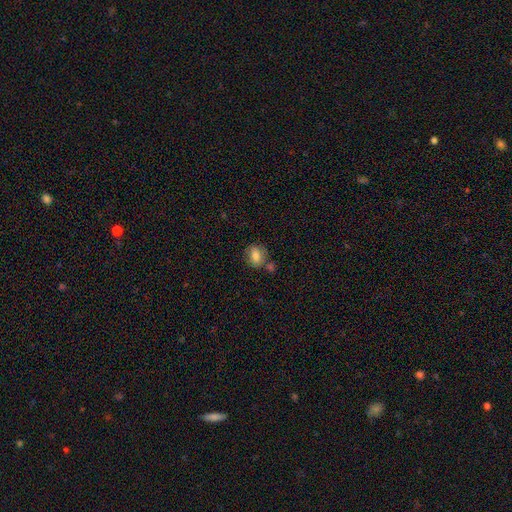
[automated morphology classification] smooth-or-featured: smooth: 79% | featured or disk: 12% | star or artifact: 9%
  how-rounded: in between: 54% | round: 44% | cigar-shaped: 2%
  merging: none: 64% | minor disturbance: 16% | merger: 16% | major disturbance: 5%